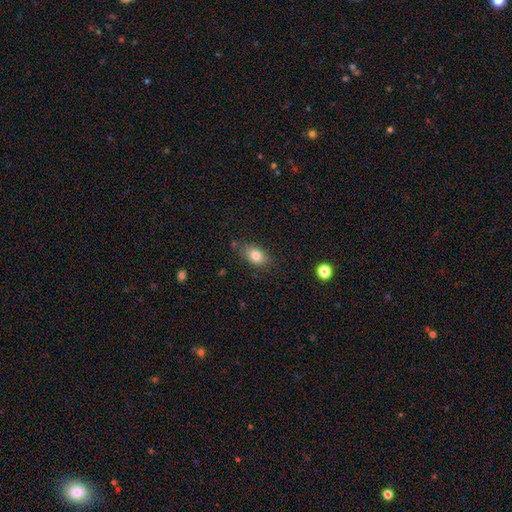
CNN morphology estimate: Smooth or featured: smooth — 82% (featured or disk — 9%)
How rounded: in between — 82% (round — 16%)
Merging: none — 77% (minor disturbance — 16%)